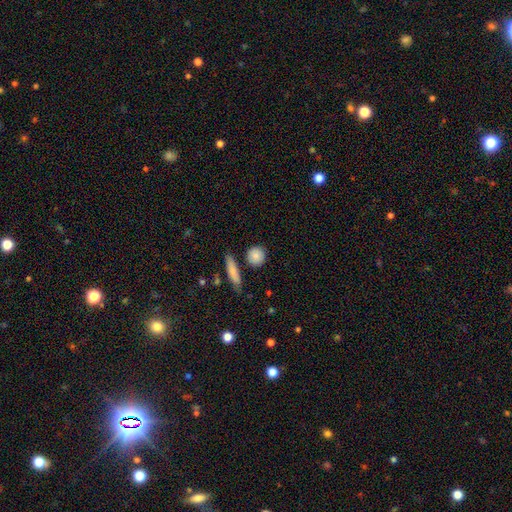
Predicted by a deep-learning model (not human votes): Q: Smooth or featured?
A: smooth (84%); runner-up: featured or disk (9%)
Q: How rounded?
A: round (84%); runner-up: in between (12%)
Q: Merging?
A: none (80%); runner-up: minor disturbance (11%)